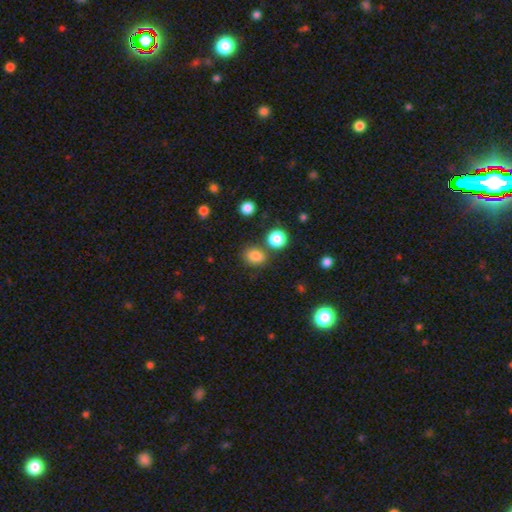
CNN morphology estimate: This appears to be a smooth galaxy with no disk features (82%) that is round (57%). Merging: none (73%).